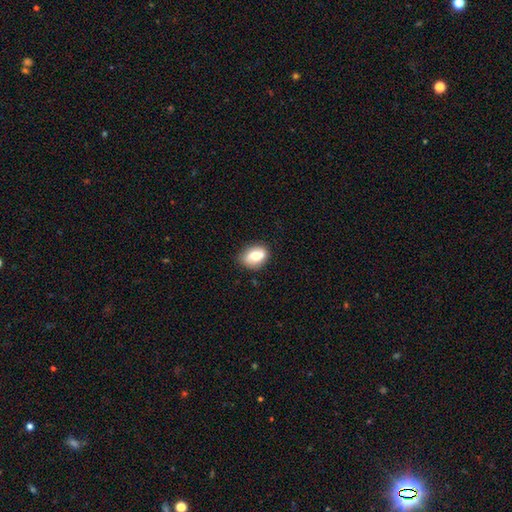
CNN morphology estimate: smooth 71%, featured or disk 21%, star or artifact 8%. Down the decision tree: how rounded — in between (76%); merging — none (69%).